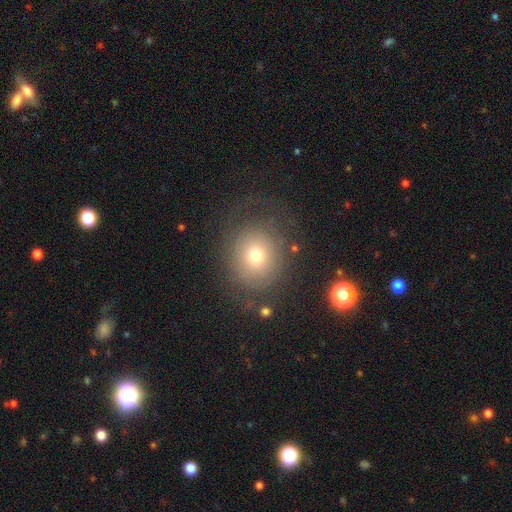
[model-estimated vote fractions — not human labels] Smooth or featured? smooth (61%)
How rounded? round (78%)
Merging? none (65%)